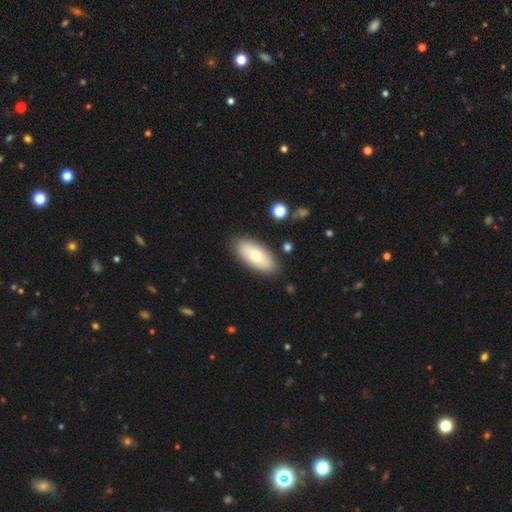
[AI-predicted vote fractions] Smooth or featured?
  - smooth: 69% *
  - featured or disk: 24%
  - star or artifact: 6%
How rounded?
  - in between: 89% *
  - cigar-shaped: 9%
  - round: 3%
Merging?
  - none: 87% *
  - minor disturbance: 9%
  - major disturbance: 2%
  - merger: 2%